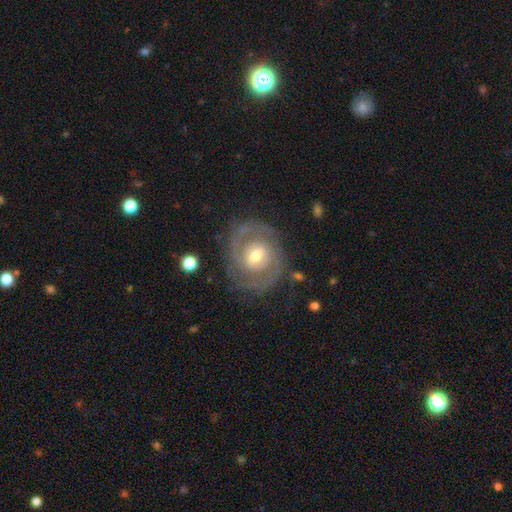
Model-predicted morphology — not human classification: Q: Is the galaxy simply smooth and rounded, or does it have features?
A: featured or disk — 84%.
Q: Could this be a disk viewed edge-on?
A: no — 97%.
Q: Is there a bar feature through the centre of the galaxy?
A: weak — 44%.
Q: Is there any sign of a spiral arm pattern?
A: yes — 90%.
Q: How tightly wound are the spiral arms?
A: tight — 60%.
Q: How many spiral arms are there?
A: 2 — 71%.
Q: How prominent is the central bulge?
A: moderate — 63%.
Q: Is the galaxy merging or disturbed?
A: none — 78%.